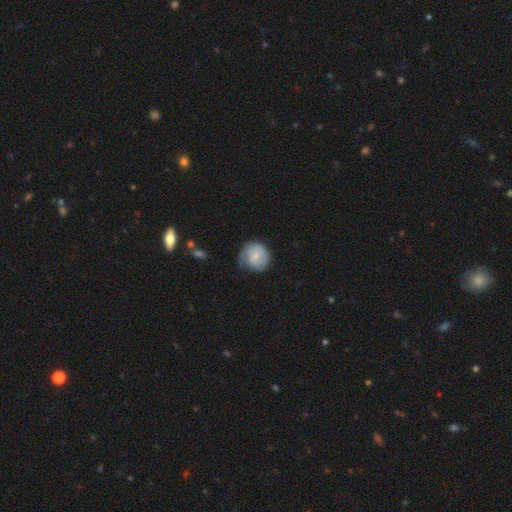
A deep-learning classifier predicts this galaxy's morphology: A smooth galaxy with no disk features (56%) that is round (80%).

Vote fractions:
- Smooth or featured? smooth: 56% / featured or disk: 38% / star or artifact: 6%
- How rounded? round: 80% / in between: 19% / cigar-shaped: 1%
- Merging? none: 49% / minor disturbance: 34% / major disturbance: 14% / merger: 2%